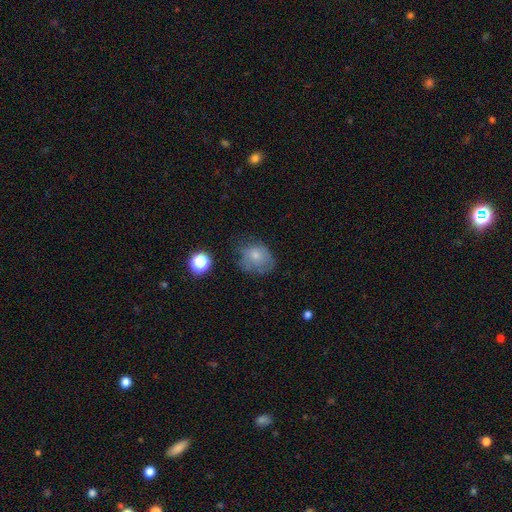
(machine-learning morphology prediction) This is likely a smooth galaxy (70%). How rounded: likely round (63%). Merging: possibly none (47%).